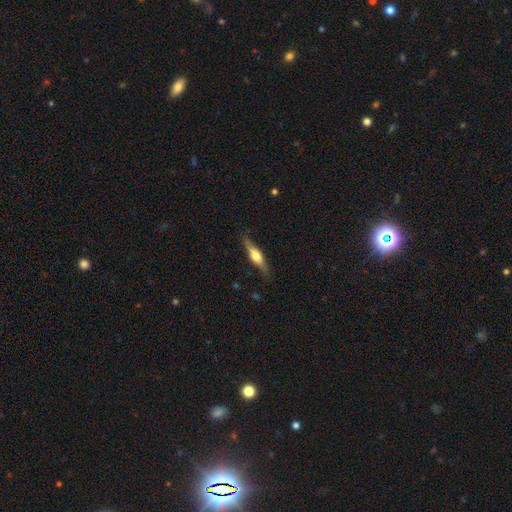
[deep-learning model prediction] Q: Smooth or featured?
A: featured or disk (59%); runner-up: smooth (36%)
Q: Edge-on disk?
A: yes (95%); runner-up: no (5%)
Q: Edge-on bulge?
A: rounded (90%); runner-up: boxy (7%)
Q: Merging?
A: none (83%); runner-up: minor disturbance (13%)